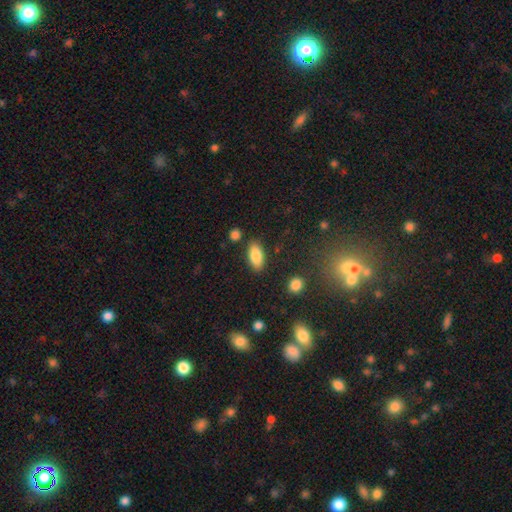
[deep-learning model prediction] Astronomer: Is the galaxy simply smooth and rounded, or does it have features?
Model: smooth — 85%.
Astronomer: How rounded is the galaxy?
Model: in between — 86%.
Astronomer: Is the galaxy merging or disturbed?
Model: none — 83%.